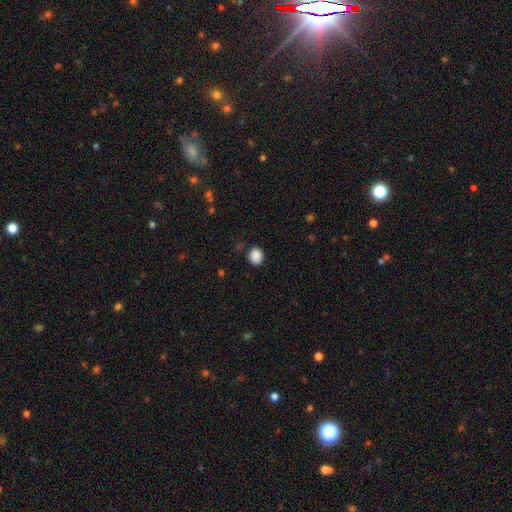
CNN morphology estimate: Smooth or featured? smooth (88%)
How rounded? round (64%)
Merging? none (85%)